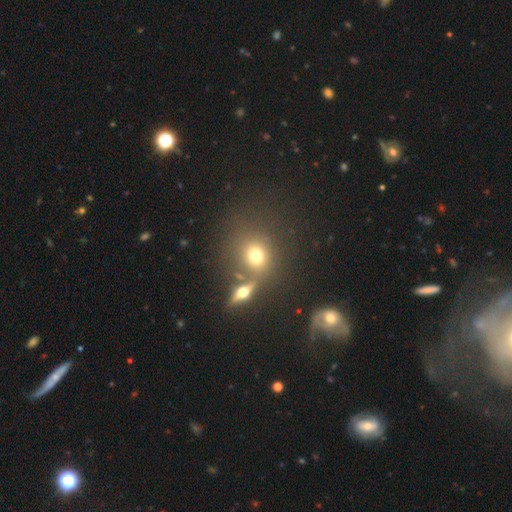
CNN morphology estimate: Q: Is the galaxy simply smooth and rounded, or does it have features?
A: smooth — 68%.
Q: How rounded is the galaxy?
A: round — 75%.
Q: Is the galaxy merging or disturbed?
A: none — 62%.